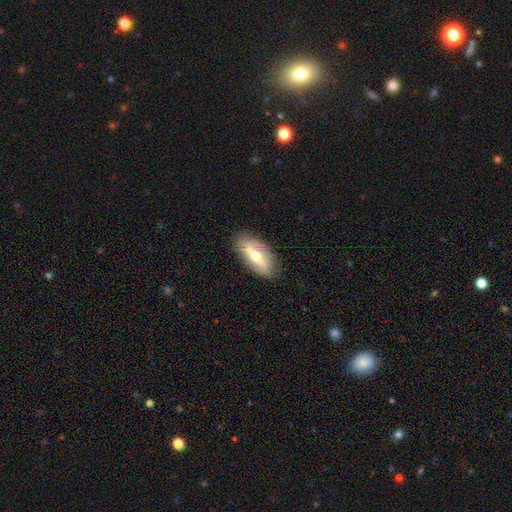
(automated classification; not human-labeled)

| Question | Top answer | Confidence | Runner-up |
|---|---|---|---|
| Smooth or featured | featured or disk | 52% | smooth (42%) |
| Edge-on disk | no | 68% | yes (32%) |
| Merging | none | 85% | minor disturbance (11%) |